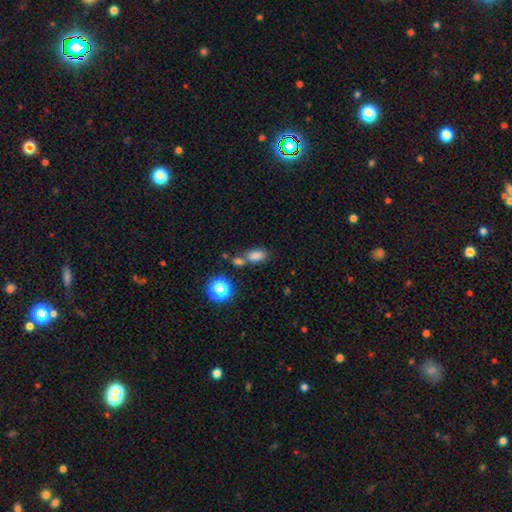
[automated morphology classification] Smooth or featured: smooth — 79% (star or artifact — 14%)
How rounded: in between — 81% (round — 17%)
Merging: none — 47% (merger — 35%)